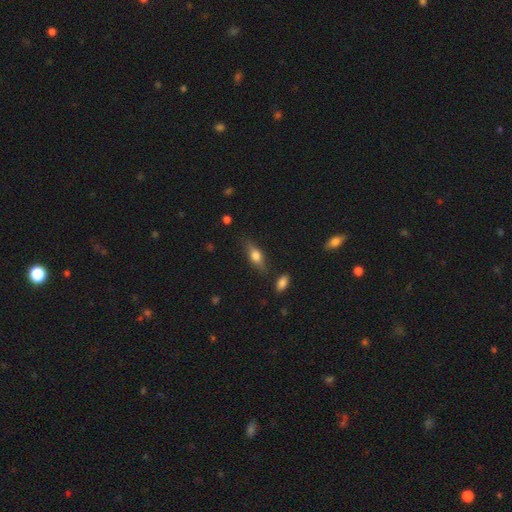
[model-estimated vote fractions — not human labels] This is possibly a smooth galaxy (59%). How rounded: likely in between (63%). Merging: likely none (78%).